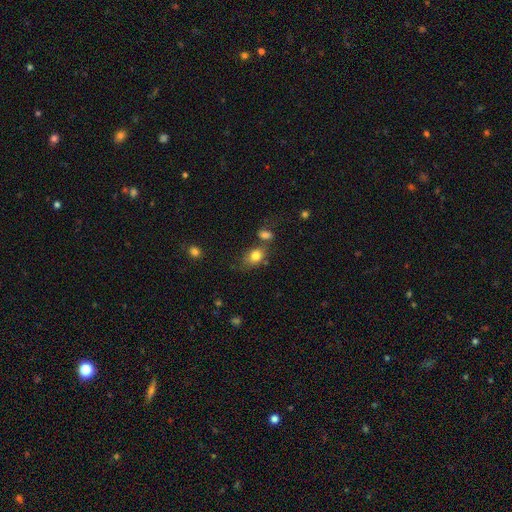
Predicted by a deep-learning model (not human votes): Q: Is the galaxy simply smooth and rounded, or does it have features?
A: smooth — 81%.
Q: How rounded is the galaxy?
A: in between — 72%.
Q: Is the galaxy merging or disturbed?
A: none — 52%.